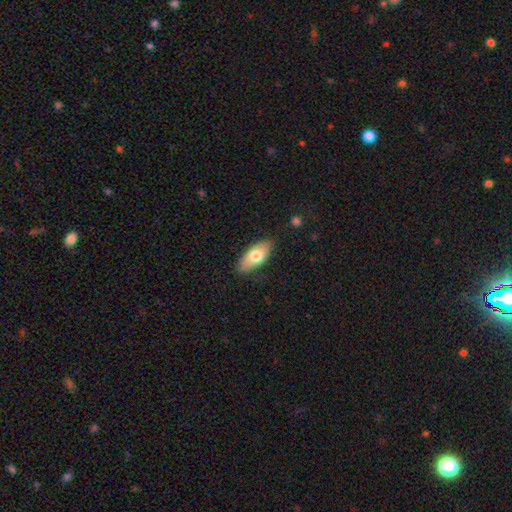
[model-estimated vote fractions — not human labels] A smooth galaxy with no disk features (72%) that is in between round and cigar-shaped (87%). Merging: none (84%).